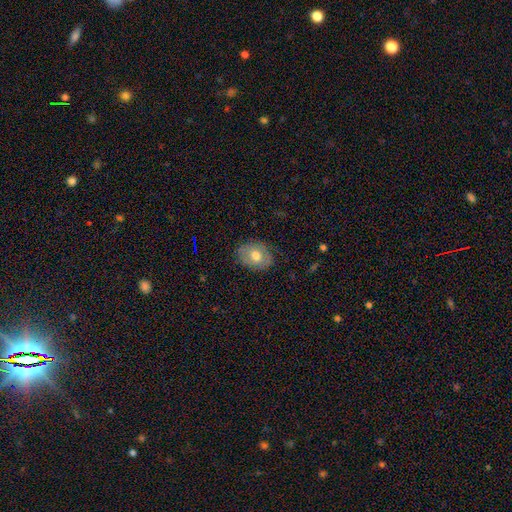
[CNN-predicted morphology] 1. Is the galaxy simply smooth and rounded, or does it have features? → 62% smooth, 31% featured or disk, 8% star or artifact.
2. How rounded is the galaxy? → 67% in between, 32% round, 1% cigar-shaped.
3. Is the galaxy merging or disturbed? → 79% none, 16% minor disturbance, 4% major disturbance, 1% merger.